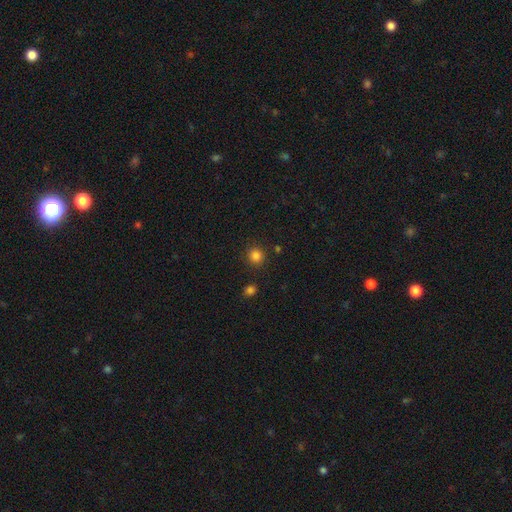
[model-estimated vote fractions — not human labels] A smooth galaxy with no disk features (83%) that is round (92%).

Vote fractions:
- Smooth or featured? smooth: 83% / star or artifact: 13% / featured or disk: 4%
- How rounded? round: 92% / in between: 7% / cigar-shaped: 1%
- Merging? none: 88% / minor disturbance: 7% / merger: 3% / major disturbance: 2%